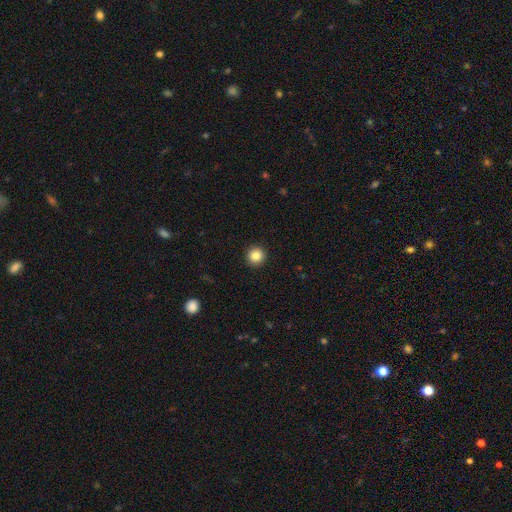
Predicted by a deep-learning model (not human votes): Overall: smooth (85%). How rounded: round (95%). Merging: none (94%).